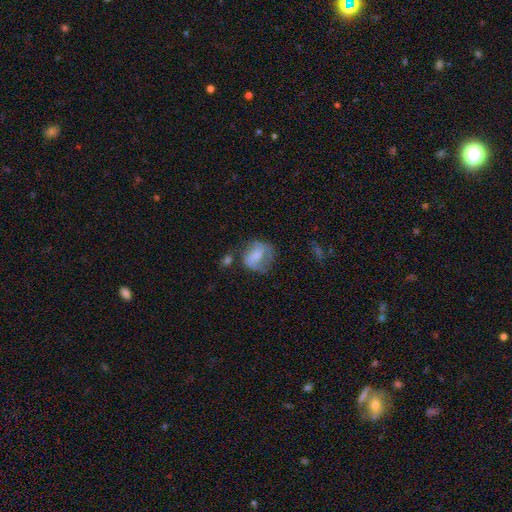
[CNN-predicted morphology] Smooth or featured? Predicted: smooth (p=0.57). How rounded? Predicted: round (p=0.54). Merging? Predicted: none (p=0.43).